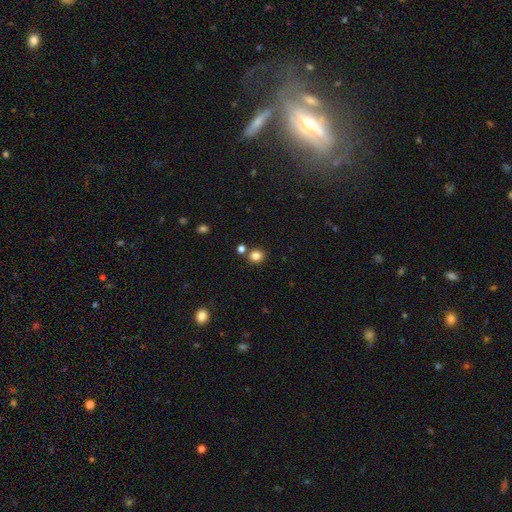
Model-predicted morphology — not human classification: smooth 83%, star or artifact 12%, featured or disk 5%. Down the decision tree: how rounded — round (79%); merging — none (80%).